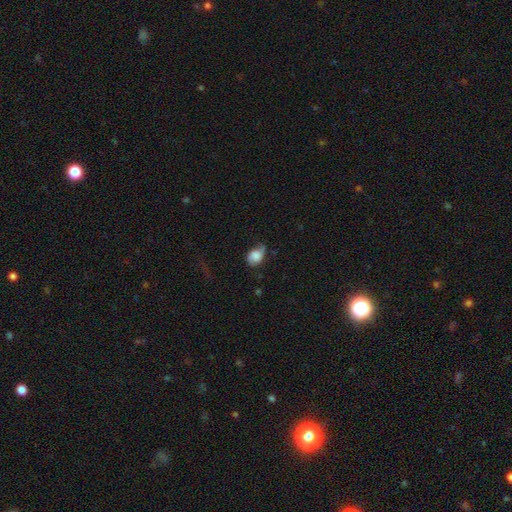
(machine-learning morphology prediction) The model was most divided on "merging": minor disturbance: 41%, none: 39%, major disturbance: 18%, merger: 2%. More confident: how rounded — in between (73%); smooth or featured — smooth (72%).